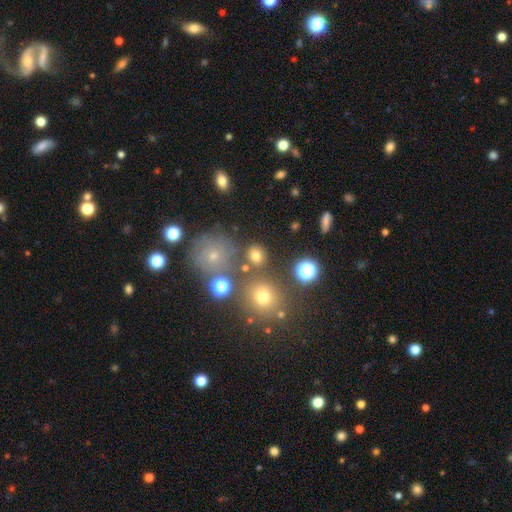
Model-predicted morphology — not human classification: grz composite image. It shows a smooth galaxy with no disk features (70%) that is round (78%). Merging: none (77%).